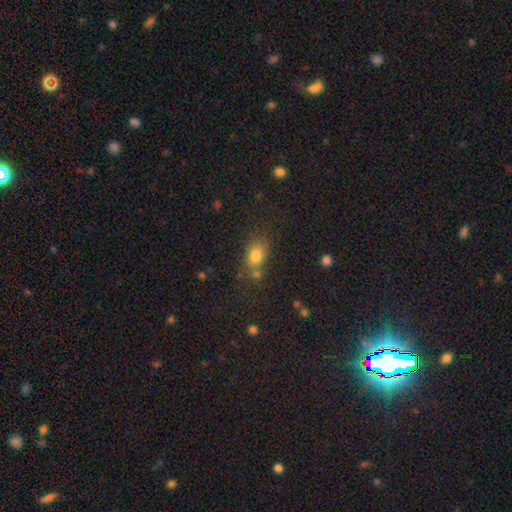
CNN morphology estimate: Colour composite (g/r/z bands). It shows a smooth galaxy with no disk features (78%) that is in between round and cigar-shaped (68%). Merging: none (57%).